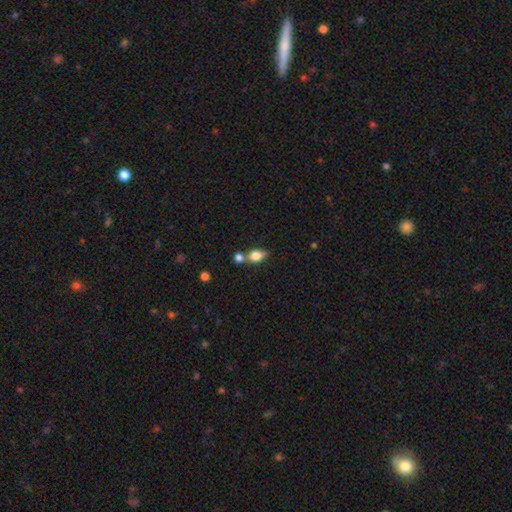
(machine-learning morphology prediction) smooth 78%, featured or disk 13%, star or artifact 9%. Down the decision tree: how rounded — in between (71%); merging — none (49%).